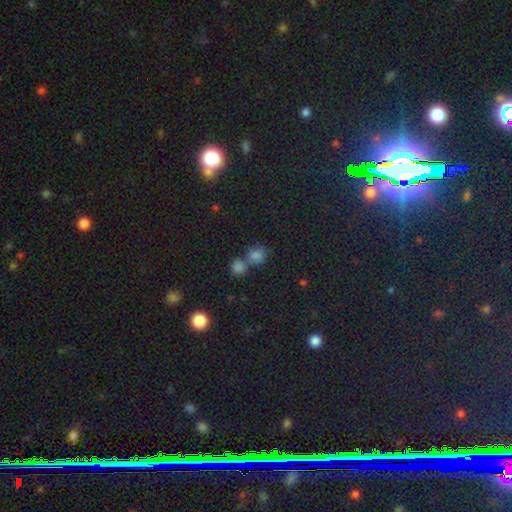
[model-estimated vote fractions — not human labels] A smooth galaxy with no disk features (70%) that is round (80%).

Vote fractions:
- Smooth or featured? smooth: 70% / star or artifact: 23% / featured or disk: 7%
- How rounded? round: 80% / in between: 19% / cigar-shaped: 1%
- Merging? none: 48% / merger: 41% / minor disturbance: 8% / major disturbance: 3%